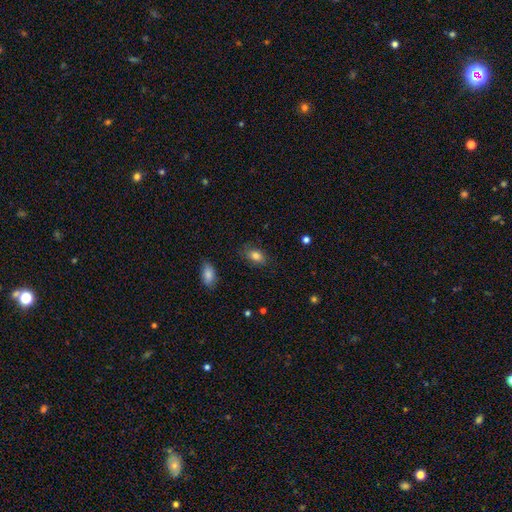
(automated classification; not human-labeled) smooth-or-featured: smooth: 83% | star or artifact: 9% | featured or disk: 8%
  how-rounded: in between: 84% | round: 14% | cigar-shaped: 2%
  merging: none: 81% | minor disturbance: 14% | major disturbance: 4% | merger: 1%